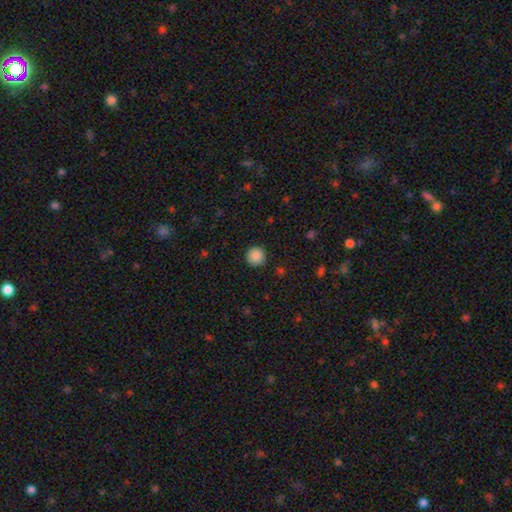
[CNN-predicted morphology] The model was most divided on "smooth or featured": smooth: 88%, star or artifact: 9%, featured or disk: 3%. More confident: how rounded — round (95%); merging — none (91%).